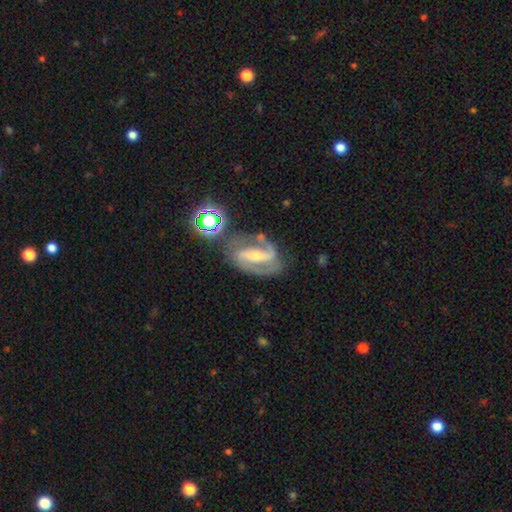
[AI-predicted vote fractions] Morphology: type=featured or disk (87%); edge-on=no (96%); bar=strong (67%); spiral arms=yes (95%); winding=medium (52%); arm count=2 (89%); bulge=small (55%); merging=none (72%).